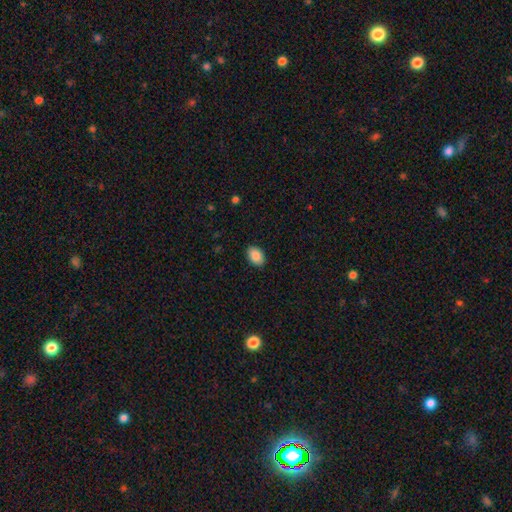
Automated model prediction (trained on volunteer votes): Q: Smooth or featured?
A: smooth (88%); runner-up: star or artifact (7%)
Q: How rounded?
A: in between (83%); runner-up: round (16%)
Q: Merging?
A: none (89%); runner-up: minor disturbance (8%)